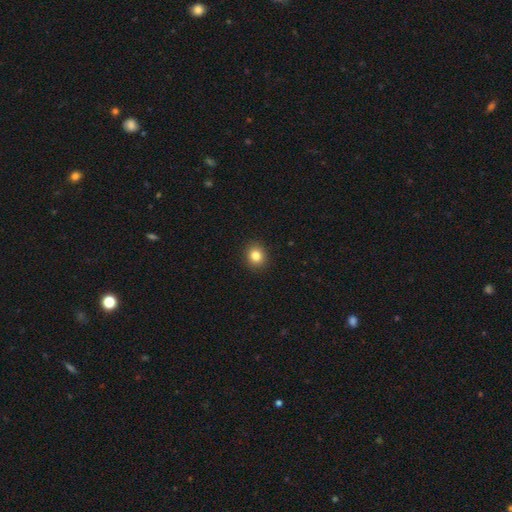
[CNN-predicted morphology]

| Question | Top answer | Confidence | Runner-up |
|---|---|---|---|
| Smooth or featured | smooth | 84% | star or artifact (11%) |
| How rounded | round | 79% | in between (20%) |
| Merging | none | 92% | minor disturbance (5%) |